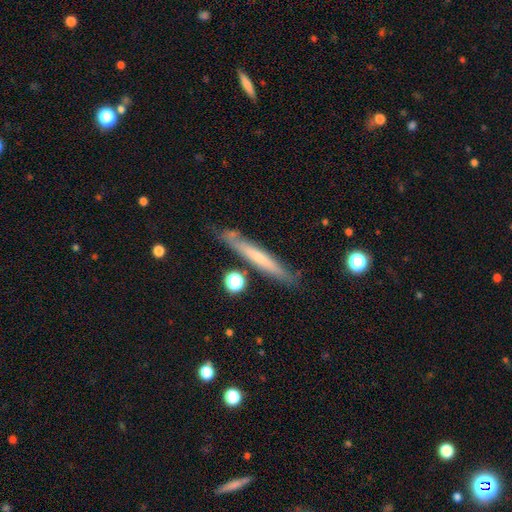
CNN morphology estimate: Smooth or featured: featured or disk — 50% (smooth — 42%)
Edge-on disk: yes — 89% (no — 11%)
Merging: none — 81% (minor disturbance — 13%)